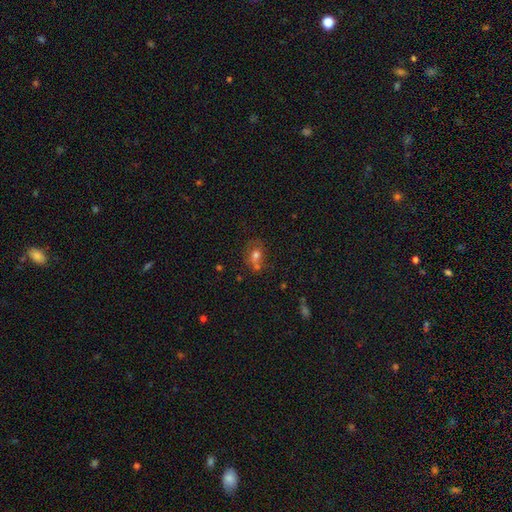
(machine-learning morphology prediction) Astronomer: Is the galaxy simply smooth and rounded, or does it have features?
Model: smooth — 60%.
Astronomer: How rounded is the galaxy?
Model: round — 56% (runner-up: in between, 43%).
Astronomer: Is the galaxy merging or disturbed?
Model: none — 42% (runner-up: merger, 35%).